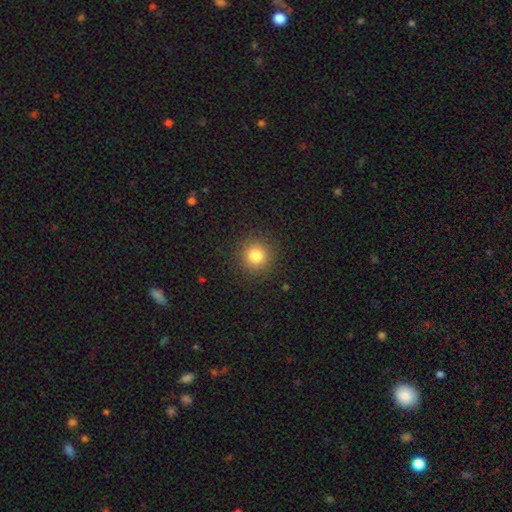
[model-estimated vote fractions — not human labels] Smooth or featured? smooth (82%)
How rounded? round (94%)
Merging? none (91%)